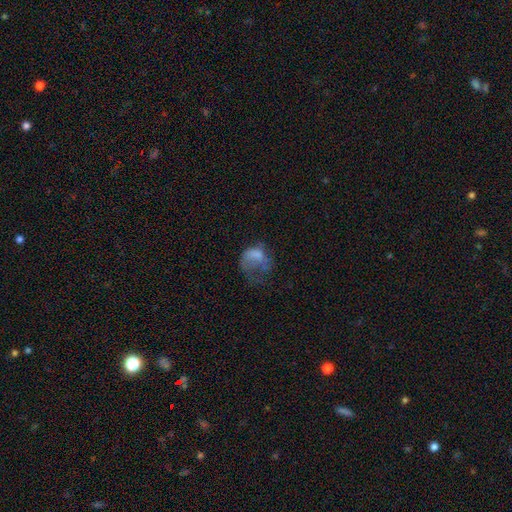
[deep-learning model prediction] A smooth galaxy with no disk features (57%) that is in between round and cigar-shaped (61%). Merging: major disturbance (61%).